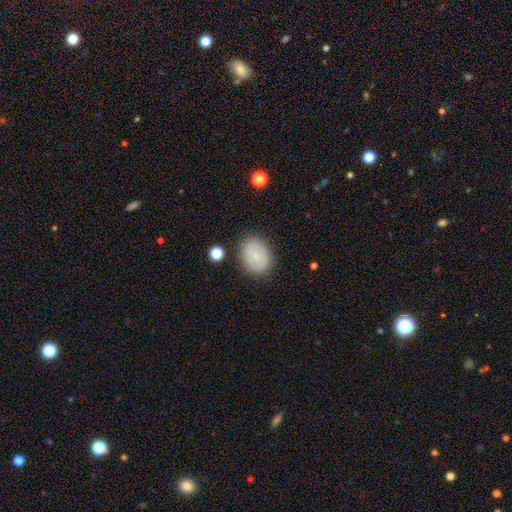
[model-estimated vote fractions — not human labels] Morphology: type=smooth (72%); roundness=in between (56%); merging=none (85%).